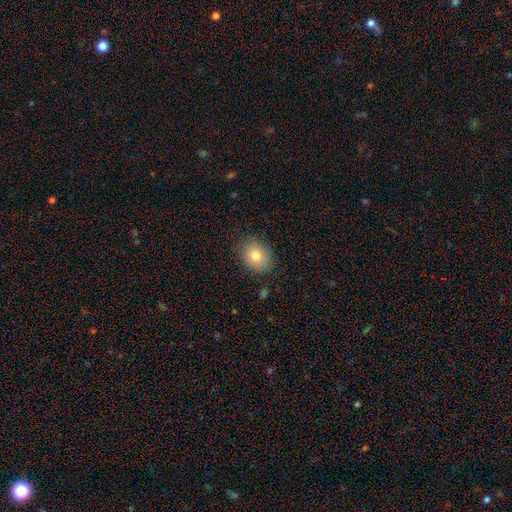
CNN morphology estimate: Smooth or featured? smooth (78%)
How rounded? round (50%)
Merging? none (83%)